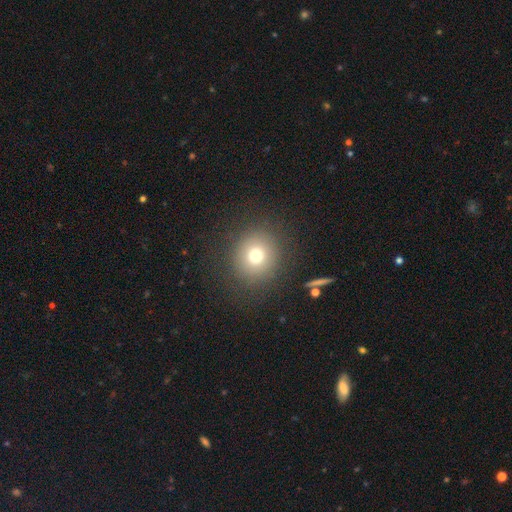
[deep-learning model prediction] smooth 73%, star or artifact 15%, featured or disk 12%. Down the decision tree: how rounded — round (90%); merging — none (86%).